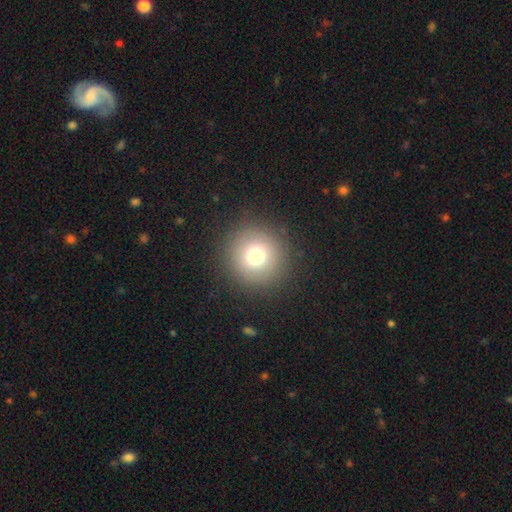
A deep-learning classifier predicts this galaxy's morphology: Smooth or featured: smooth — 74% (star or artifact — 16%)
How rounded: round — 95% (in between — 4%)
Merging: none — 90% (minor disturbance — 6%)